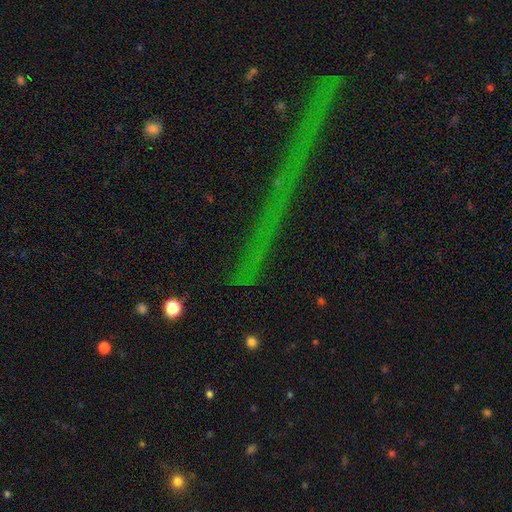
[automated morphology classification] smooth-or-featured: star or artifact: 77% | smooth: 12% | featured or disk: 11%